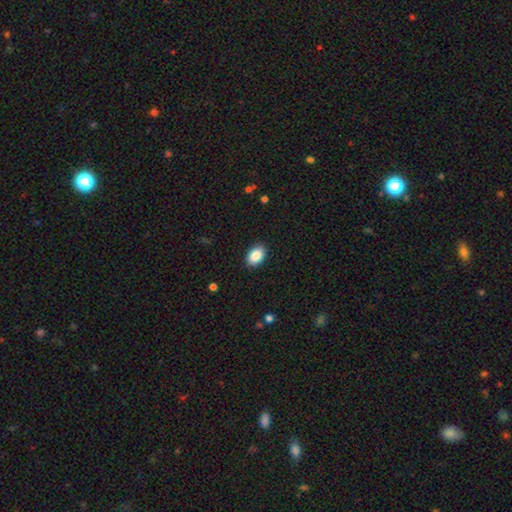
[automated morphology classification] smooth 89%, star or artifact 7%, featured or disk 4%. Down the decision tree: how rounded — in between (89%); merging — none (89%).